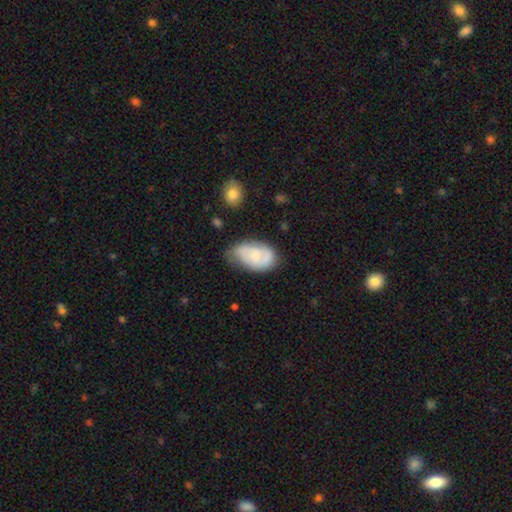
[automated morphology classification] type=smooth (47%); merging=none (48%).